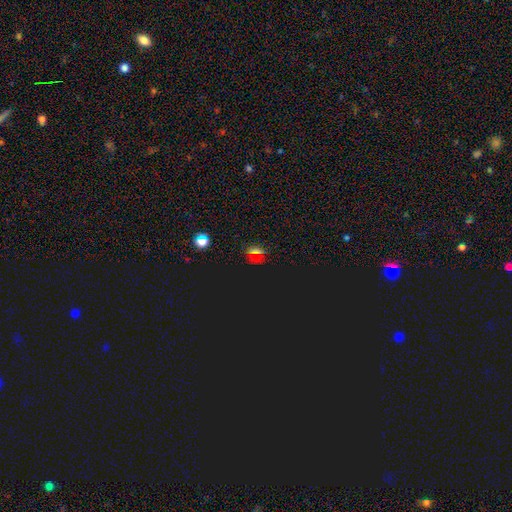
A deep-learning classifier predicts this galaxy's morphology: This appears to be a star or artifact, not a galaxy (64%).